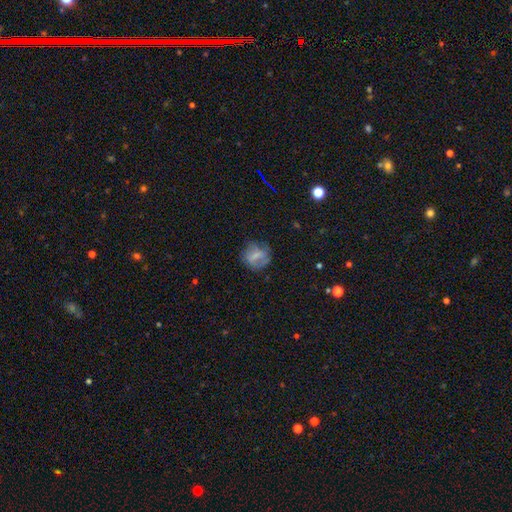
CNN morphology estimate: Smooth or featured? Predicted: smooth (p=0.54). How rounded? Predicted: round (p=0.72). Merging? Predicted: none (p=0.62).